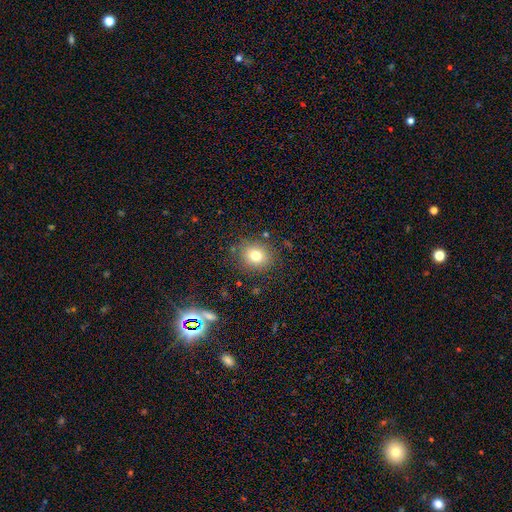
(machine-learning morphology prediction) Smooth or featured?
  - smooth: 77% *
  - star or artifact: 13%
  - featured or disk: 10%
How rounded?
  - round: 70% *
  - in between: 29%
  - cigar-shaped: 1%
Merging?
  - none: 84% *
  - minor disturbance: 10%
  - major disturbance: 4%
  - merger: 2%